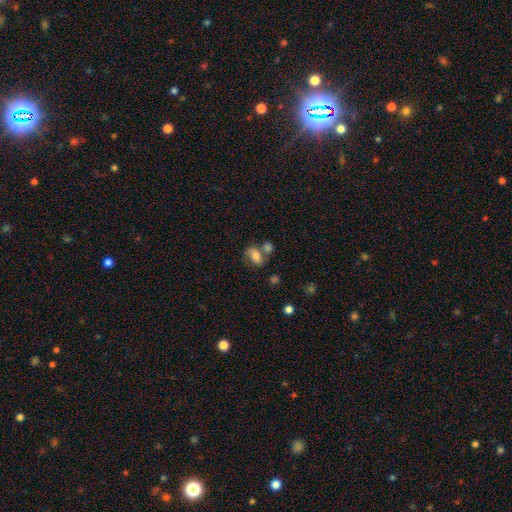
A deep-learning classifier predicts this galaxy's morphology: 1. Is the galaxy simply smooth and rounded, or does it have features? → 65% smooth, 24% featured or disk, 10% star or artifact.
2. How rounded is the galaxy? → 79% in between, 18% round, 3% cigar-shaped.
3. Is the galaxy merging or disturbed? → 44% none, 31% merger, 17% minor disturbance, 8% major disturbance.